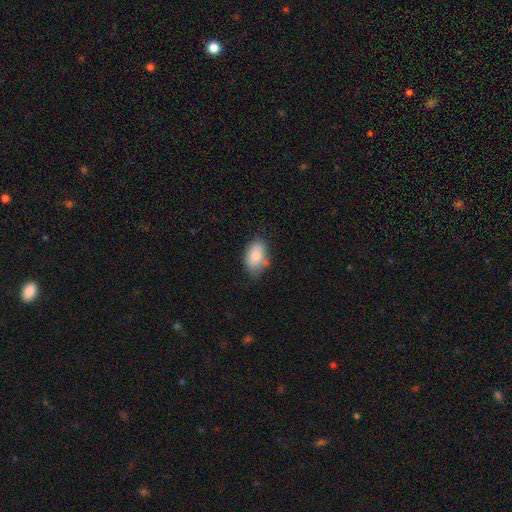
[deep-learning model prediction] smooth 81%, featured or disk 12%, star or artifact 7%. Down the decision tree: how rounded — in between (89%); merging — none (62%).